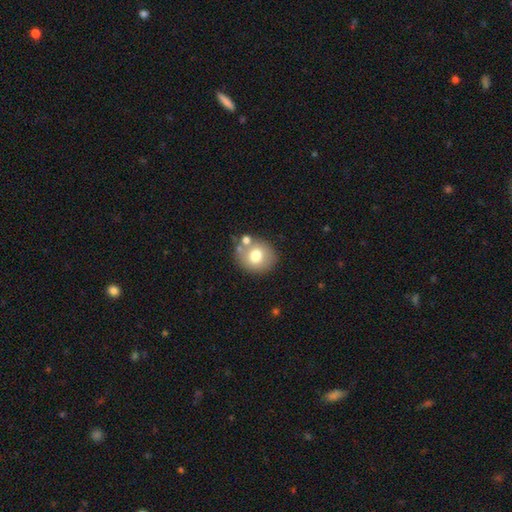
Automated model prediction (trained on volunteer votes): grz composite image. It shows a smooth galaxy with no disk features (72%) that is round (77%). Merging: none (71%).